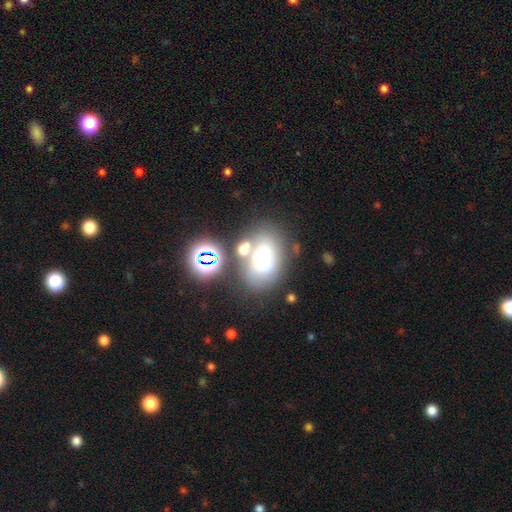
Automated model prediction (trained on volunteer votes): Smooth or featured?
  - smooth: 55% *
  - featured or disk: 26%
  - star or artifact: 19%
How rounded?
  - in between: 72% *
  - round: 26%
  - cigar-shaped: 1%
Merging?
  - none: 52% *
  - merger: 21%
  - minor disturbance: 18%
  - major disturbance: 10%